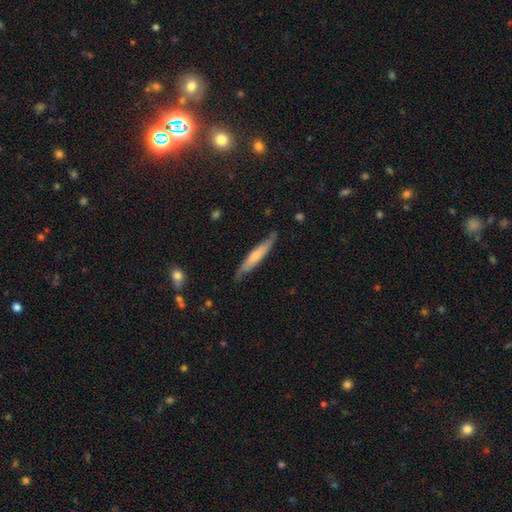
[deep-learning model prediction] Morphology: type=smooth (52%); roundness=cigar-shaped (91%); merging=none (79%).